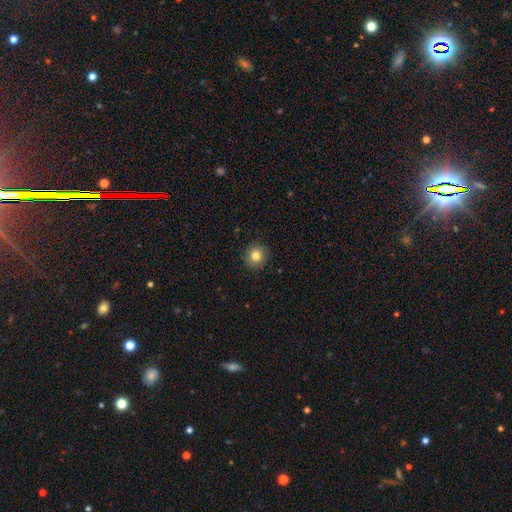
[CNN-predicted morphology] type=smooth (82%); roundness=round (91%); merging=none (89%).